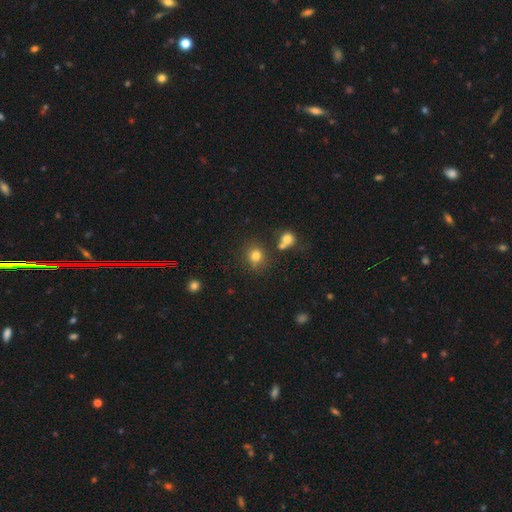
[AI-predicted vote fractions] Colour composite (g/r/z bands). It shows a smooth galaxy with no disk features (78%) that is round (82%). Merging: none (76%).